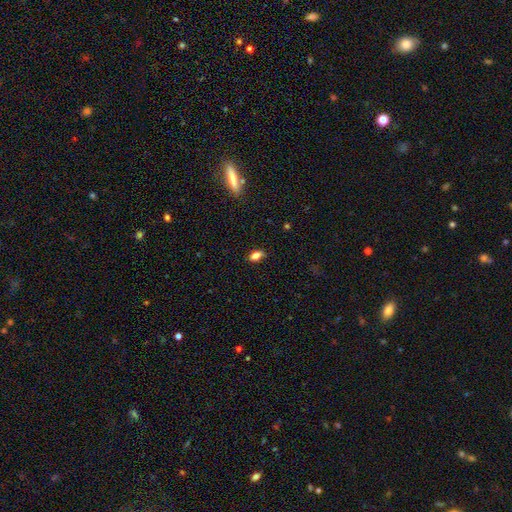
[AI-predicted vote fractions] A smooth galaxy with no disk features (77%) that is in between round and cigar-shaped (83%).

Vote fractions:
- Smooth or featured? smooth: 77% / star or artifact: 12% / featured or disk: 11%
- How rounded? in between: 83% / round: 11% / cigar-shaped: 5%
- Merging? none: 76% / minor disturbance: 18% / major disturbance: 4% / merger: 2%